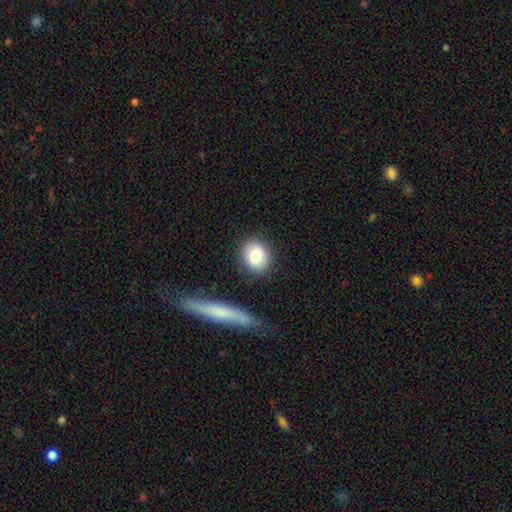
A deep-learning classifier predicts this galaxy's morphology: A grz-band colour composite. It shows a smooth galaxy with no disk features (81%) that is round (73%). Merging: none (86%).